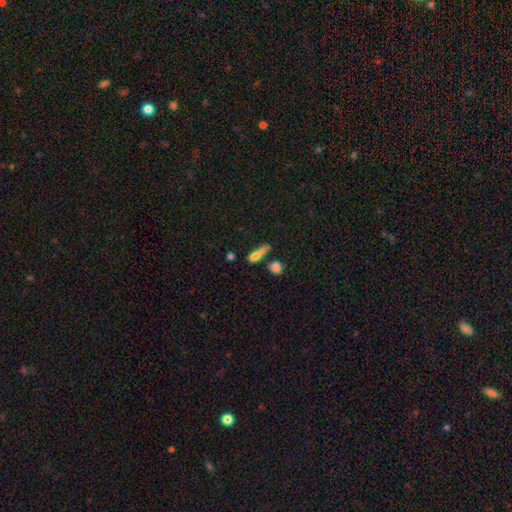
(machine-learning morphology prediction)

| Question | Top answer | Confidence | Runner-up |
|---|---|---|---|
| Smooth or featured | smooth | 70% | featured or disk (19%) |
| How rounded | cigar-shaped | 57% | in between (36%) |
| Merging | none | 39% | merger (26%) |